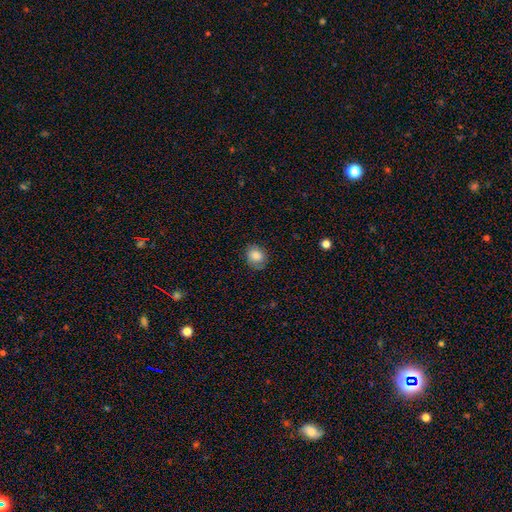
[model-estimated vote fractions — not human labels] A smooth galaxy with no disk features (83%) that is round (60%).

Vote fractions:
- Smooth or featured? smooth: 83% / featured or disk: 9% / star or artifact: 8%
- How rounded? round: 60% / in between: 39% / cigar-shaped: 1%
- Merging? none: 74% / minor disturbance: 19% / major disturbance: 5% / merger: 1%